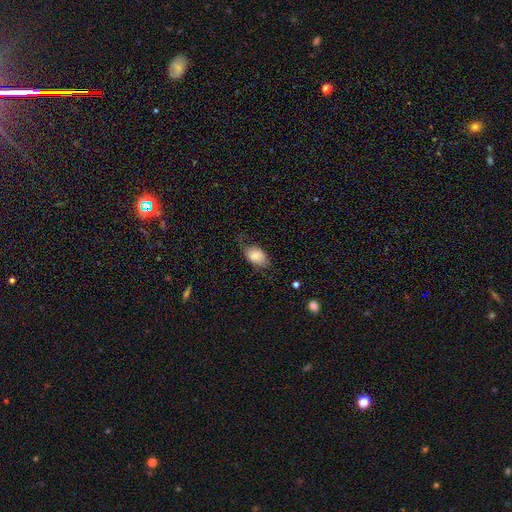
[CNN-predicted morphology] Smooth or featured? Predicted: smooth (p=0.79). How rounded? Predicted: in between (p=0.88). Merging? Predicted: none (p=0.62).